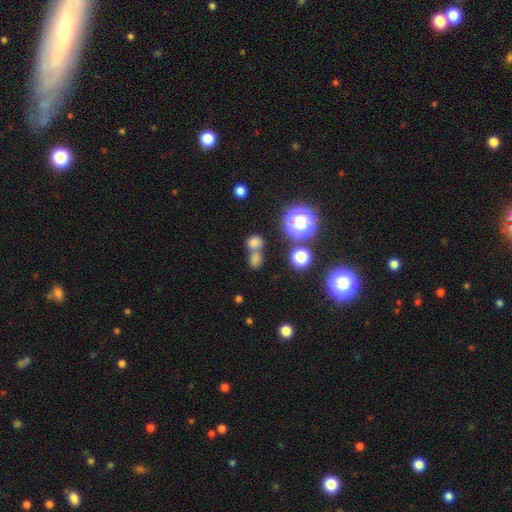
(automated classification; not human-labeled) The model was most divided on "merging" (2-way tie): merger: 44%, none: 44%, minor disturbance: 8%, major disturbance: 4%. More confident: smooth or featured — smooth (64%); how rounded — round (57%).